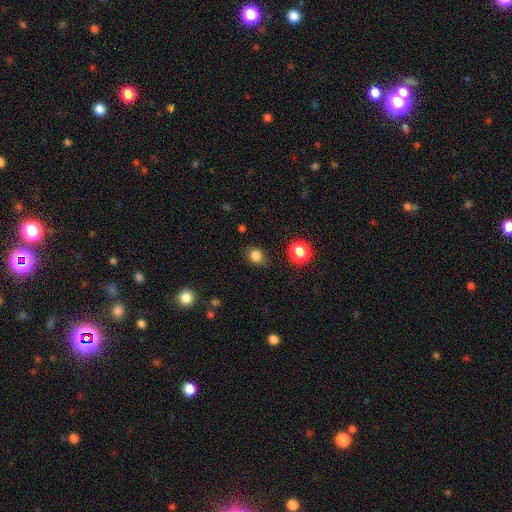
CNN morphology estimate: Smooth or featured: smooth — 82% (star or artifact — 14%)
How rounded: round — 61% (in between — 38%)
Merging: none — 80% (minor disturbance — 14%)